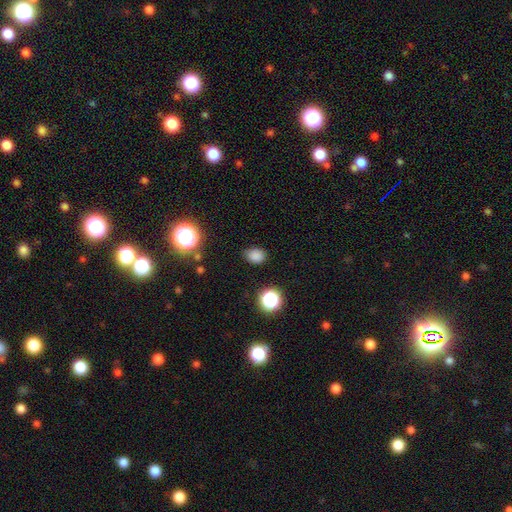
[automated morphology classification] smooth 81%, star or artifact 15%, featured or disk 4%. Down the decision tree: how rounded — in between (58%); merging — none (79%).